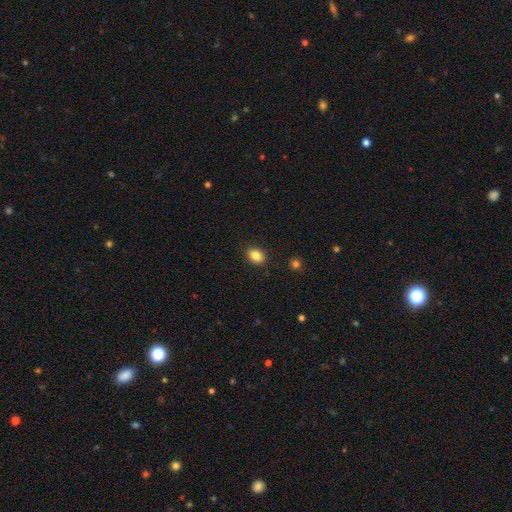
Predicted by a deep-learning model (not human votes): smooth-or-featured: smooth: 86% | star or artifact: 9% | featured or disk: 5%
  how-rounded: in between: 68% | round: 31% | cigar-shaped: 1%
  merging: none: 88% | minor disturbance: 8% | major disturbance: 2% | merger: 1%